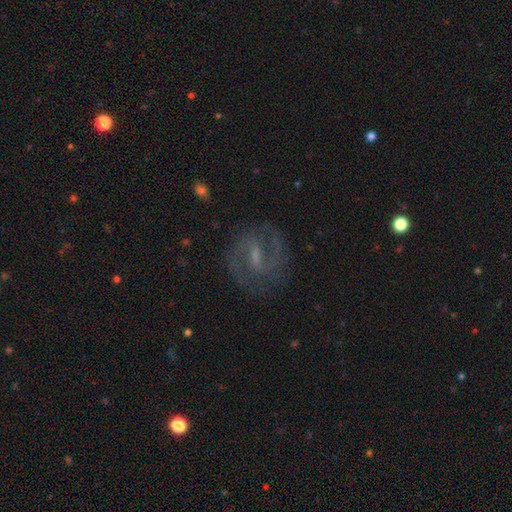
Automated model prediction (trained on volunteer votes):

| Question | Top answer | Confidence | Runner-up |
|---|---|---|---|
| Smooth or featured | featured or disk | 79% | star or artifact (11%) |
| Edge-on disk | no | 96% | yes (4%) |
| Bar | weak | 49% | strong (37%) |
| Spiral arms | yes | 93% | no (7%) |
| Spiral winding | medium | 52% | tight (31%) |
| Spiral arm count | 2 | 85% | can't tell (8%) |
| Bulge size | small | 49% | moderate (26%) |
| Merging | none | 82% | minor disturbance (11%) |